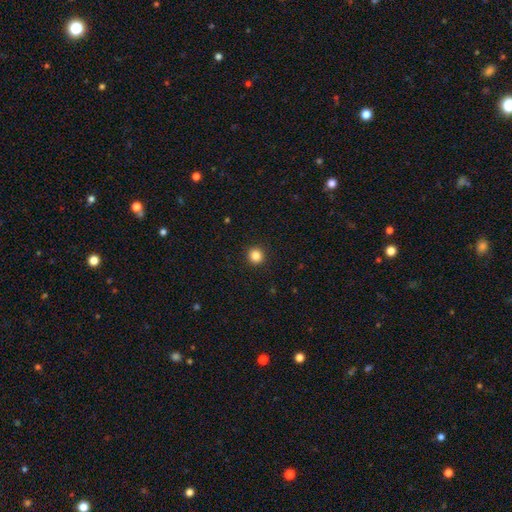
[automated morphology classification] Overall: smooth (85%). How rounded: round (94%). Merging: none (93%).